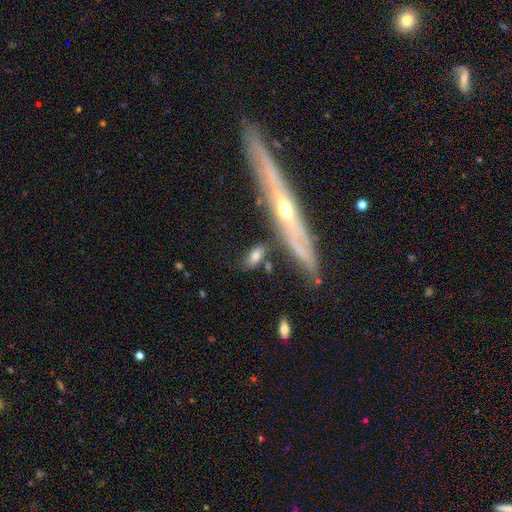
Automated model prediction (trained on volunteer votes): smooth_or_featured: smooth (p=0.67) [alt: featured or disk p=0.25]
how_rounded: in between (p=0.73) [alt: cigar-shaped p=0.21]
merging: none (p=0.68) [alt: minor disturbance p=0.16]